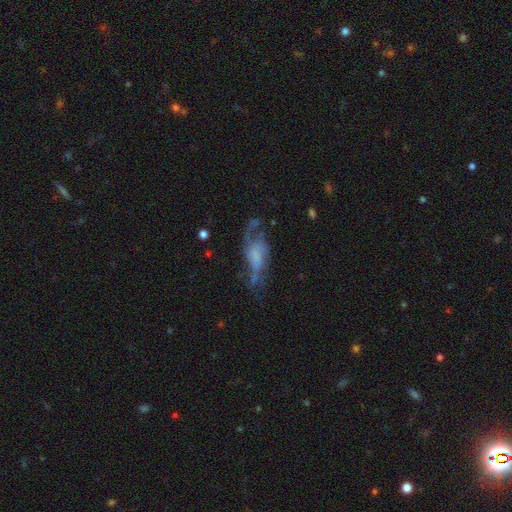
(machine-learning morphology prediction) A featured or disk galaxy (61%) with no bar (68%), spiral arms (64%) and no central bulge (54%). Merging: none (40%).